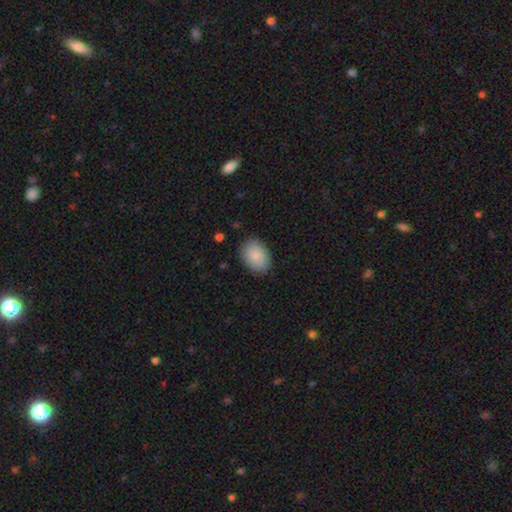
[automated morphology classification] Smooth or featured: smooth — 87% (featured or disk — 7%)
How rounded: in between — 81% (round — 18%)
Merging: none — 85% (minor disturbance — 11%)